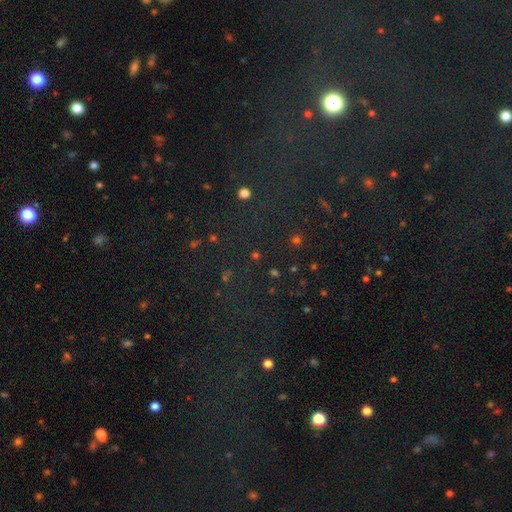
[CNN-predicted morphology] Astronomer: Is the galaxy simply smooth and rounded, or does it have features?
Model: star or artifact — 69%.